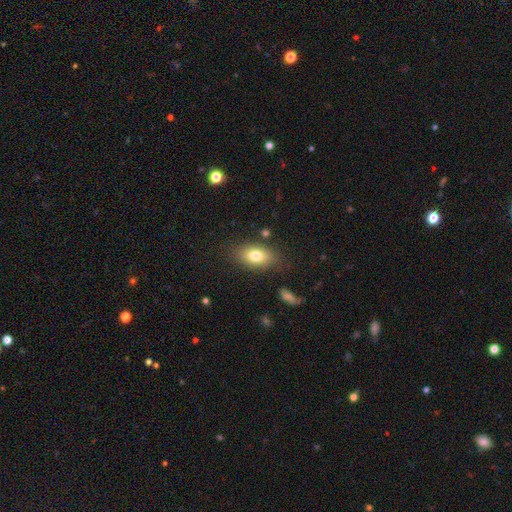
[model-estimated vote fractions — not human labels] A smooth galaxy with no disk features (77%) that is in between round and cigar-shaped (88%).

Vote fractions:
- Smooth or featured? smooth: 77% / featured or disk: 14% / star or artifact: 8%
- How rounded? in between: 88% / round: 9% / cigar-shaped: 4%
- Merging? none: 81% / minor disturbance: 13% / major disturbance: 4% / merger: 3%